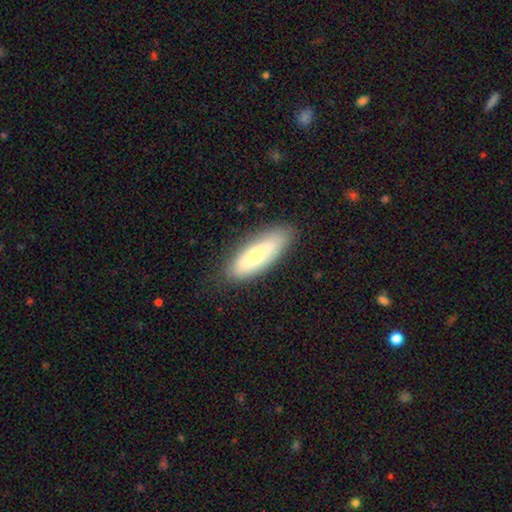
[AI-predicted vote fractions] smooth-or-featured: smooth: 62% | featured or disk: 32% | star or artifact: 6%
  how-rounded: in between: 60% | cigar-shaped: 38% | round: 2%
  merging: none: 83% | minor disturbance: 13% | major disturbance: 3% | merger: 1%